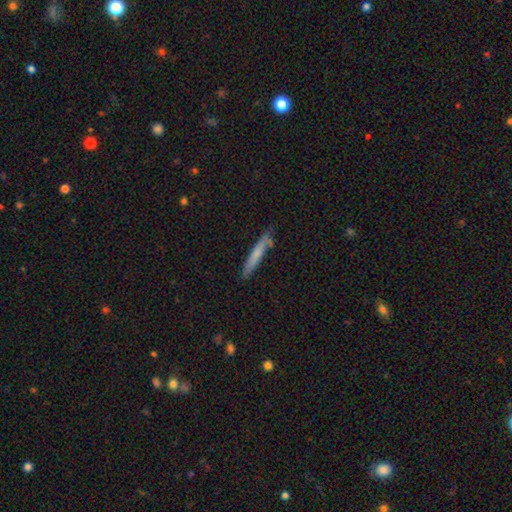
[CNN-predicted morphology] Overall: smooth (65%; featured or disk 29%). How rounded: cigar-shaped (93%). Merging: none (76%).